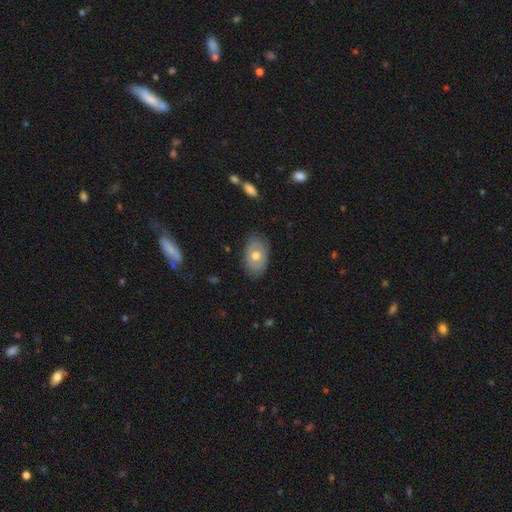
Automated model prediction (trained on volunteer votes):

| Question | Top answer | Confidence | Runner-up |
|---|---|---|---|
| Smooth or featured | smooth | 53% | featured or disk (40%) |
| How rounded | in between | 85% | round (13%) |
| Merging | none | 80% | minor disturbance (15%) |